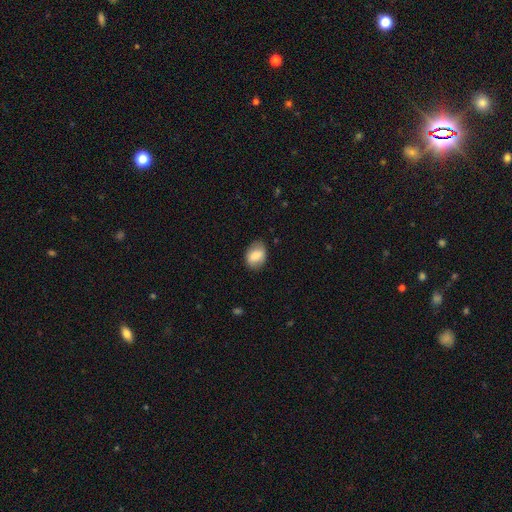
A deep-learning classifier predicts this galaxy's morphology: smooth_or_featured: smooth (p=0.79) [alt: featured or disk p=0.14]
how_rounded: in between (p=0.74) [alt: round p=0.25]
merging: none (p=0.78) [alt: minor disturbance p=0.17]